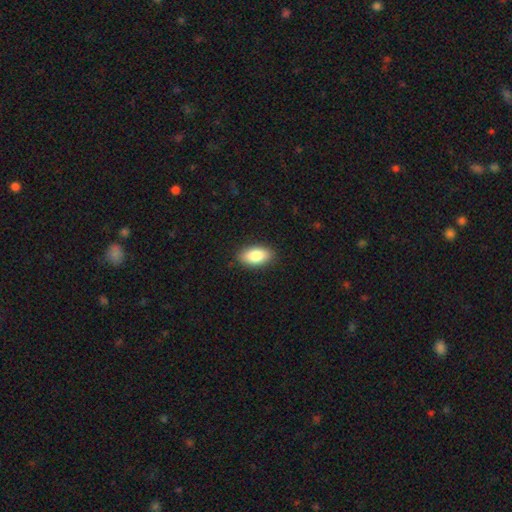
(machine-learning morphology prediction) Smooth or featured: smooth — 86% (featured or disk — 8%)
How rounded: in between — 93% (cigar-shaped — 4%)
Merging: none — 88% (minor disturbance — 9%)